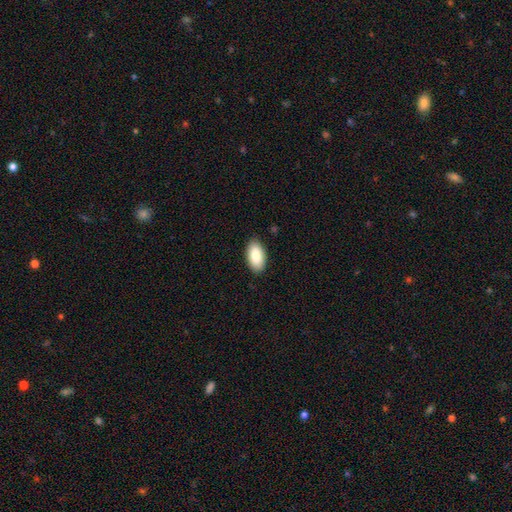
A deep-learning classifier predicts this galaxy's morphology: This is clearly a smooth galaxy (86%). How rounded: clearly in between (94%). Merging: clearly none (88%).